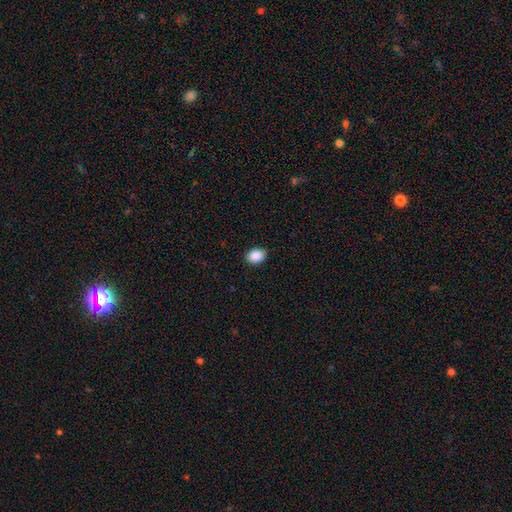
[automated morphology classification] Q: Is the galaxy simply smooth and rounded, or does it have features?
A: smooth — 89%.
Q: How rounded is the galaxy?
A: in between — 67%.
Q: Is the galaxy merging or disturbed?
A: none — 89%.